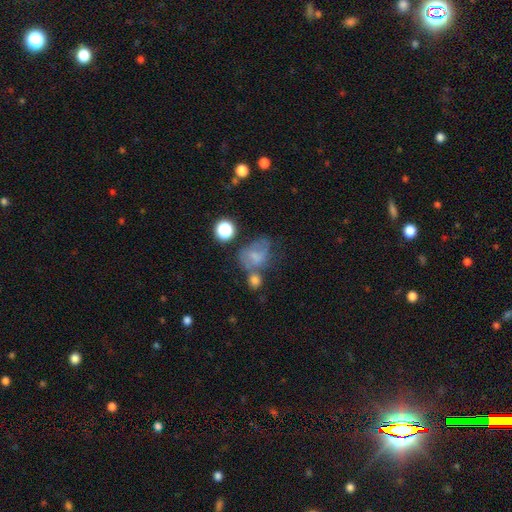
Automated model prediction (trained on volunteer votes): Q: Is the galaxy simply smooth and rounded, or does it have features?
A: smooth — 56%.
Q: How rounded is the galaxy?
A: in between — 58%.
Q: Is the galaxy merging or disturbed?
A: none — 29%.